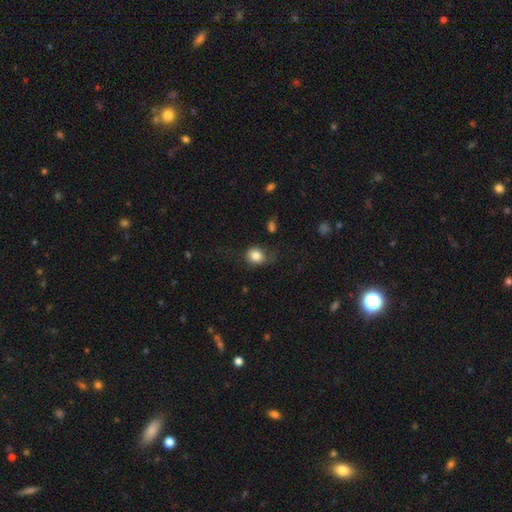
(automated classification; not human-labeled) Smooth or featured? smooth (82%)
How rounded? round (69%)
Merging? none (58%)